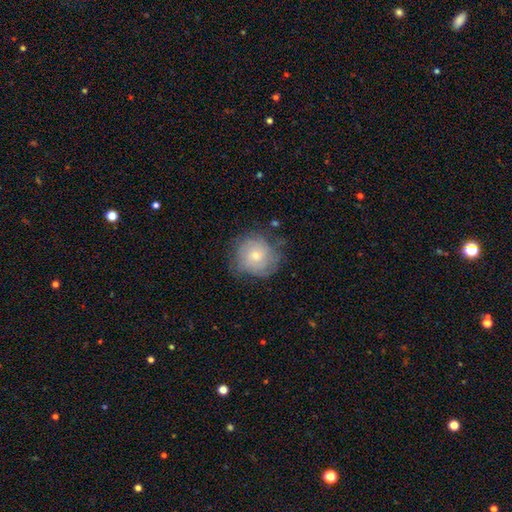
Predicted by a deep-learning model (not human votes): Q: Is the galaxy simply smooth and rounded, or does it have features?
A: smooth — 47%.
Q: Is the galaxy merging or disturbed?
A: none — 65%.